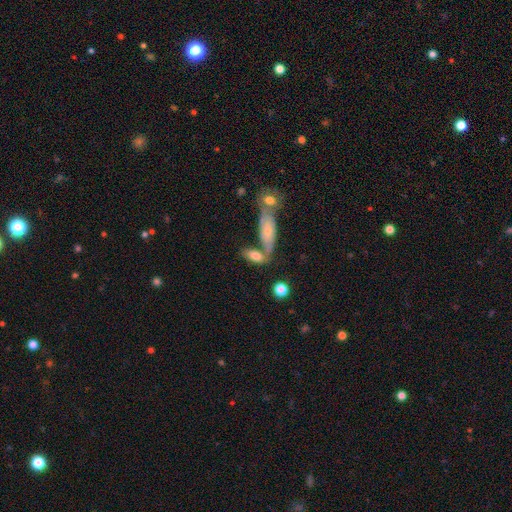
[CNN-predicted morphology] Overall: smooth (71%). How rounded: in between (75%). Merging: none (46%; merger 35%).